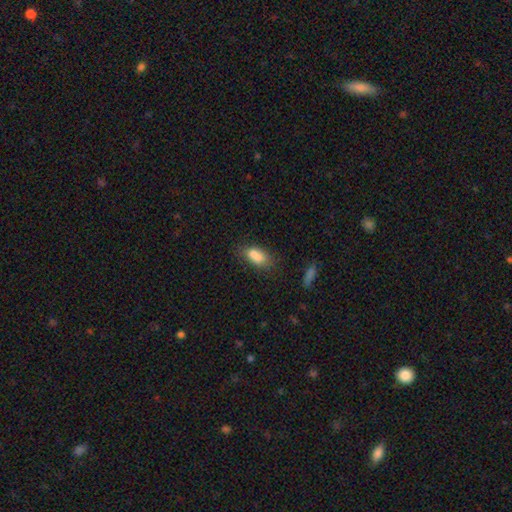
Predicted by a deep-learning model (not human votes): Smooth or featured? Predicted: smooth (p=0.82). How rounded? Predicted: in between (p=0.85). Merging? Predicted: none (p=0.56).